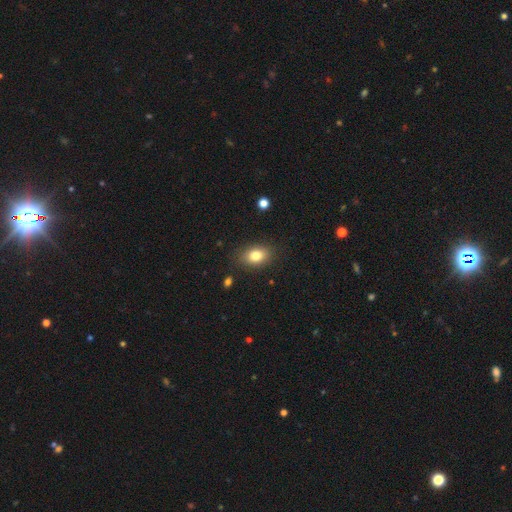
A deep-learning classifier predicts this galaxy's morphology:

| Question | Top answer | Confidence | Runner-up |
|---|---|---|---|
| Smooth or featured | smooth | 81% | featured or disk (10%) |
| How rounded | in between | 81% | round (17%) |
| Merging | none | 86% | minor disturbance (10%) |